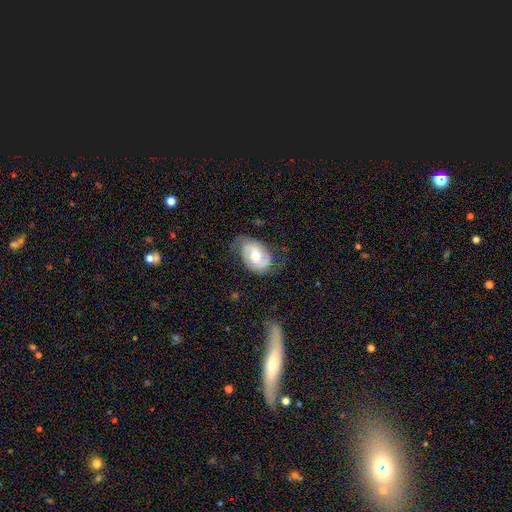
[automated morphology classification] This appears to be a featured or disk galaxy (62%) with no bar (48%), spiral arms (82%) and a moderate central bulge (68%). Merging: none (63%).